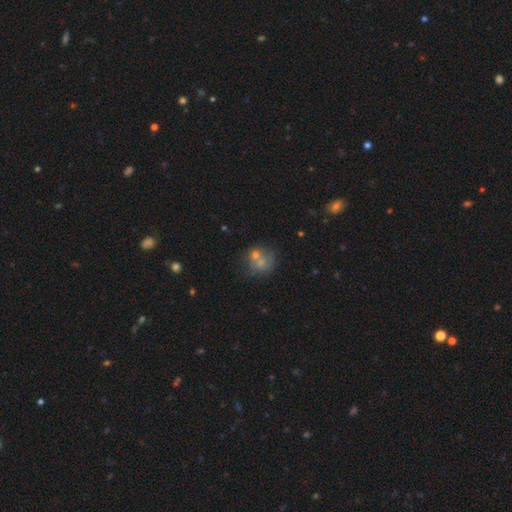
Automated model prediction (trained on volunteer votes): Smooth or featured? smooth (52%)
How rounded? round (79%)
Merging? none (48%)